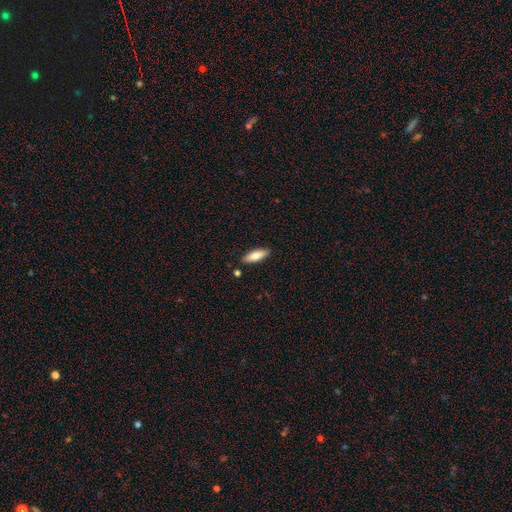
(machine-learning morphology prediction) smooth 78%, featured or disk 16%, star or artifact 6%. Down the decision tree: how rounded — in between (54%); merging — none (85%).